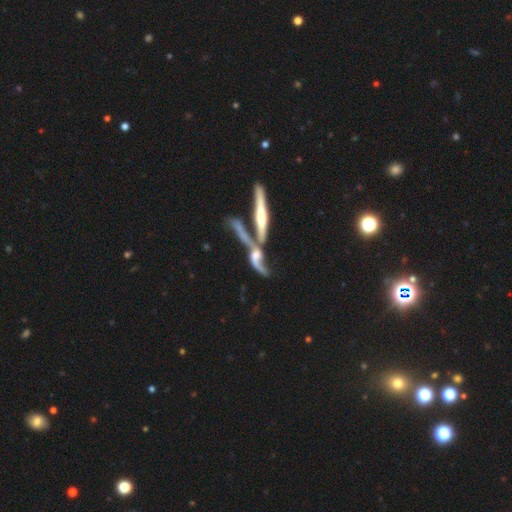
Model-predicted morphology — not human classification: Smooth or featured?
  - featured or disk: 79% *
  - smooth: 14%
  - star or artifact: 7%
Edge-on disk?
  - no: 59% *
  - yes: 41%
Merging?
  - merger: 60% *
  - none: 22%
  - minor disturbance: 9%
  - major disturbance: 9%